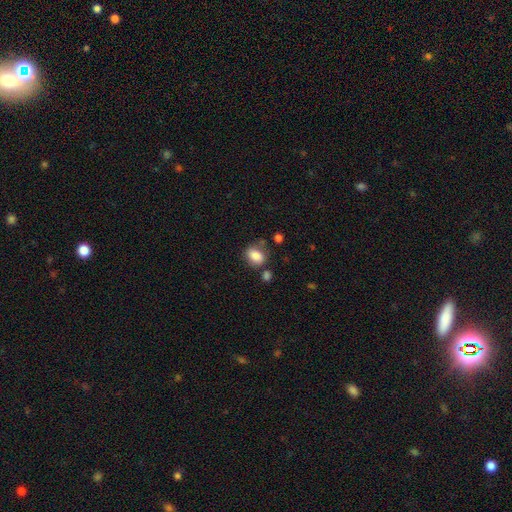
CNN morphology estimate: The model was most divided on "how rounded": in between: 66%, round: 32%, cigar-shaped: 1%. More confident: smooth or featured — smooth (84%); merging — none (65%).